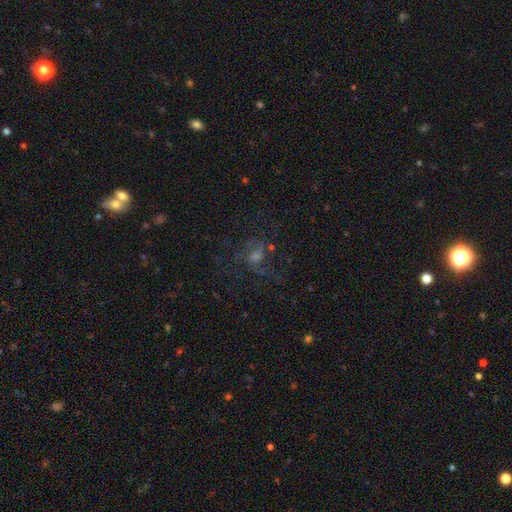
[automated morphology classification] A featured or disk galaxy (53%) with no bar (64%), spiral arms (77%) and a moderate central bulge (46%).

Vote fractions:
- Smooth or featured? featured or disk: 53% / star or artifact: 25% / smooth: 22%
- Edge-on disk? no: 96% / yes: 4%
- Bar? no: 64% / weak: 30% / strong: 5%
- Spiral arms? yes: 77% / no: 23%
- Bulge size? moderate: 46% / small: 32% / none: 10% / large: 9% / dominant: 2%
- Merging? none: 58% / major disturbance: 23% / minor disturbance: 16% / merger: 3%